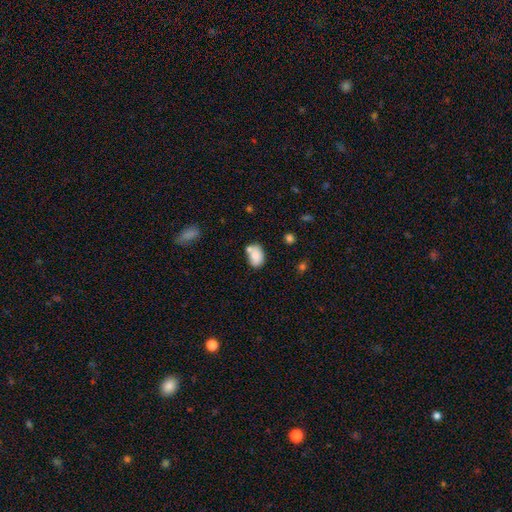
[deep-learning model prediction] A smooth galaxy with no disk features (83%) that is in between round and cigar-shaped (83%).

Vote fractions:
- Smooth or featured? smooth: 83% / featured or disk: 9% / star or artifact: 8%
- How rounded? in between: 83% / round: 16% / cigar-shaped: 1%
- Merging? none: 51% / merger: 24% / minor disturbance: 19% / major disturbance: 6%